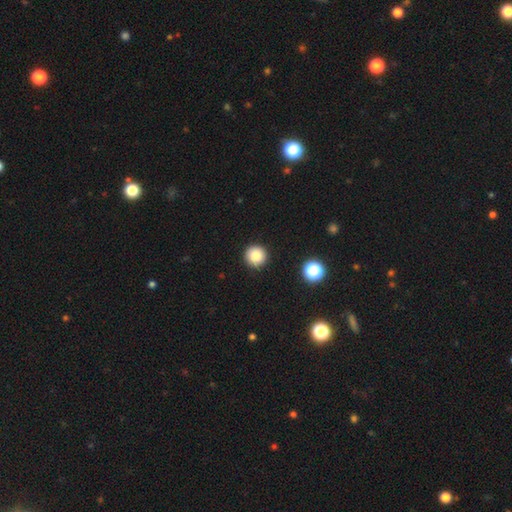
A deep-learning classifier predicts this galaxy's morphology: Smooth or featured? Predicted: smooth (p=0.85). How rounded? Predicted: round (p=0.96). Merging? Predicted: none (p=0.92).